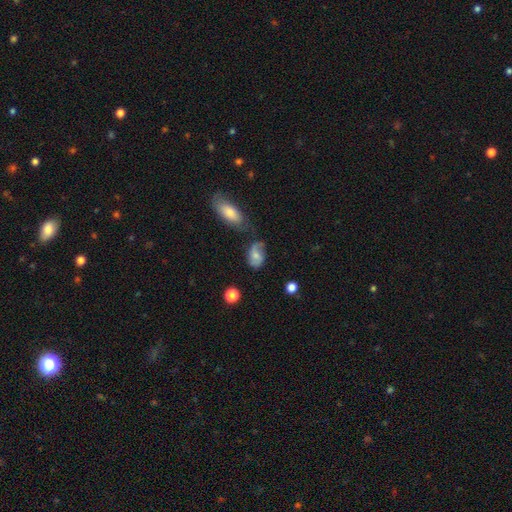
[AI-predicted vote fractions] Smooth or featured: smooth — 59% (featured or disk — 32%)
How rounded: in between — 83% (round — 14%)
Merging: none — 47% (minor disturbance — 31%)